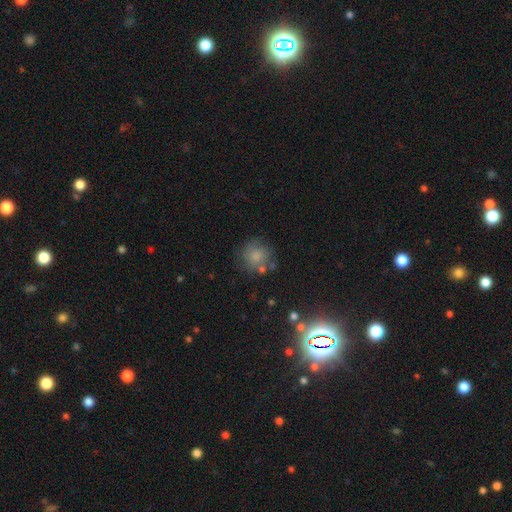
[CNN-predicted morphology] smooth-or-featured: smooth: 72% | featured or disk: 18% | star or artifact: 11%
  how-rounded: round: 88% | in between: 11% | cigar-shaped: 1%
  merging: none: 64% | minor disturbance: 19% | major disturbance: 9% | merger: 8%